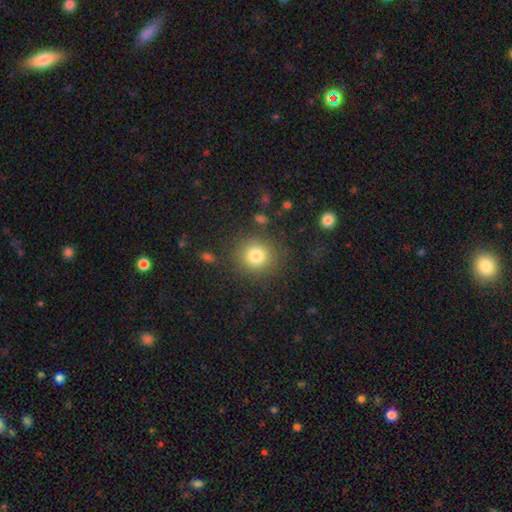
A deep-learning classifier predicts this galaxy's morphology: Smooth or featured? smooth (80%)
How rounded? round (88%)
Merging? none (83%)